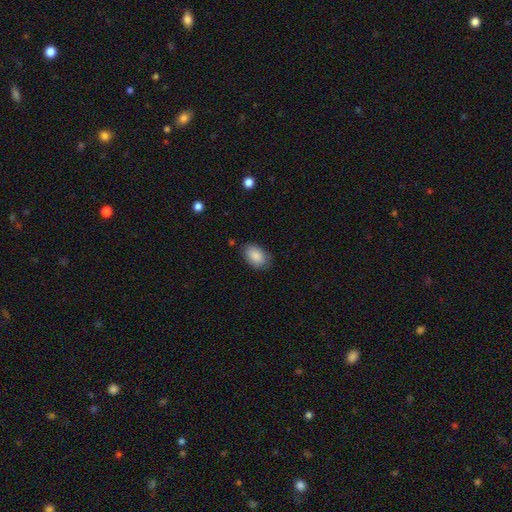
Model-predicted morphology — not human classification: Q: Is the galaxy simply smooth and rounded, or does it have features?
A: smooth — 88%.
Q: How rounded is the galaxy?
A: in between — 89%.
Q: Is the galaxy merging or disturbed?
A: none — 79%.